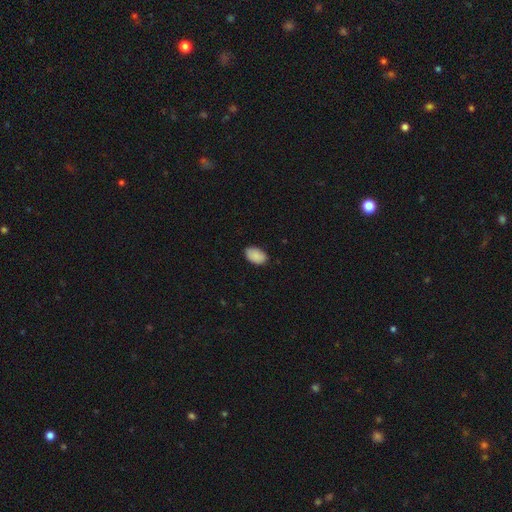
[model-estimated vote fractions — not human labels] The model was most divided on "merging": none: 85%, minor disturbance: 12%, major disturbance: 2%, merger: 1%. More confident: how rounded — in between (92%); smooth or featured — smooth (90%).